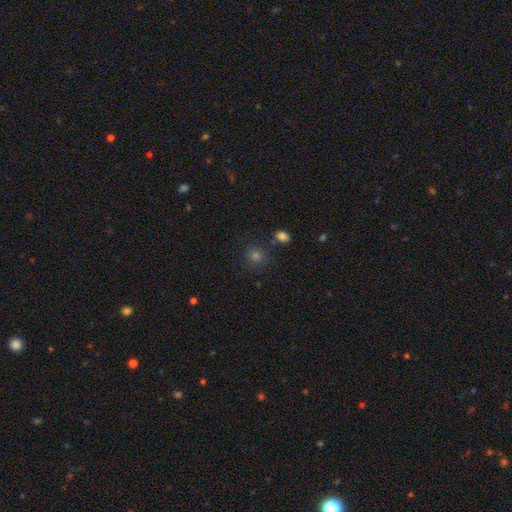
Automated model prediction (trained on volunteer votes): smooth-or-featured: smooth: 69% | star or artifact: 25% | featured or disk: 6%
  how-rounded: round: 89% | in between: 10% | cigar-shaped: 1%
  merging: none: 82% | minor disturbance: 8% | merger: 6% | major disturbance: 3%